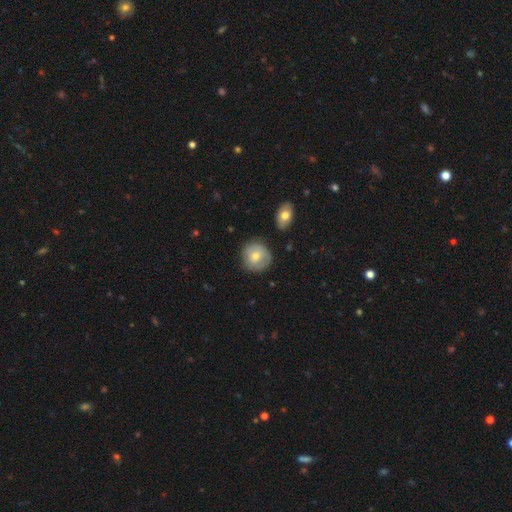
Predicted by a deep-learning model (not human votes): smooth 65%, featured or disk 28%, star or artifact 7%. Down the decision tree: how rounded — round (89%); merging — none (75%).